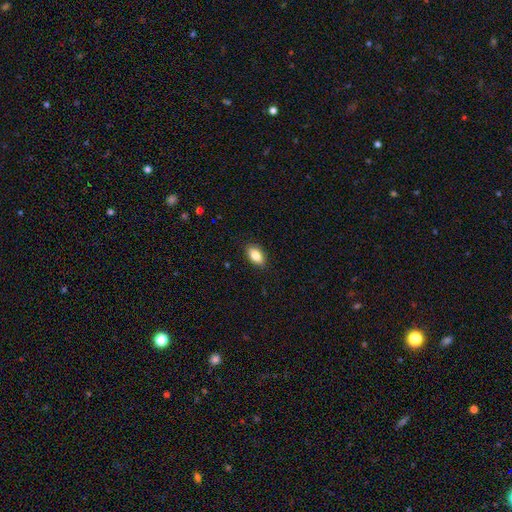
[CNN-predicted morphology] A smooth galaxy with no disk features (83%) that is in between round and cigar-shaped (89%). Merging: none (88%).